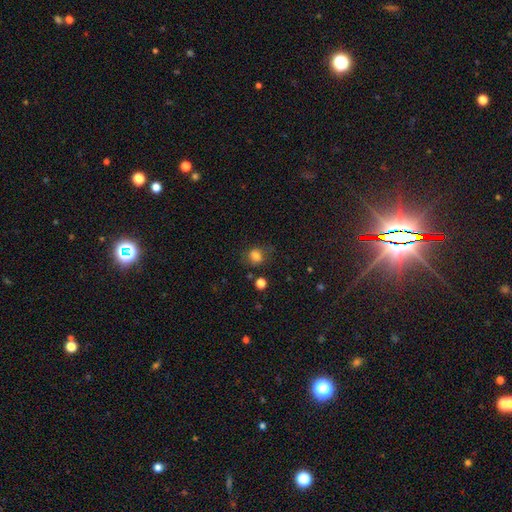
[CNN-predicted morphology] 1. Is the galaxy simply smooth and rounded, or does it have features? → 78% smooth, 14% star or artifact, 9% featured or disk.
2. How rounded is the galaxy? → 65% round, 34% in between, 1% cigar-shaped.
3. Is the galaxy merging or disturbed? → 69% none, 19% minor disturbance, 8% major disturbance, 4% merger.